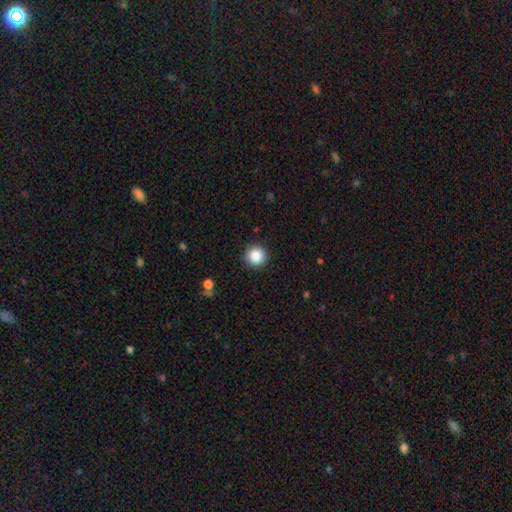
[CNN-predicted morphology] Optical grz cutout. It shows a smooth galaxy with no disk features (87%) that is round (96%). Merging: none (91%).